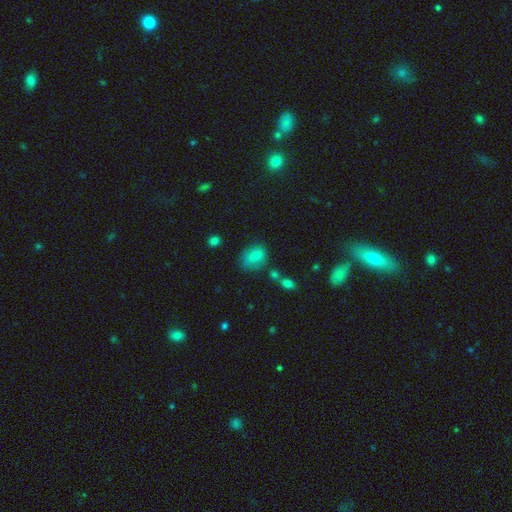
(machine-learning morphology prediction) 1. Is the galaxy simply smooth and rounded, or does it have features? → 76% smooth, 12% featured or disk, 12% star or artifact.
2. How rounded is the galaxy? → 63% in between, 36% round, 1% cigar-shaped.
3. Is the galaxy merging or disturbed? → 52% none, 29% minor disturbance, 11% major disturbance, 8% merger.